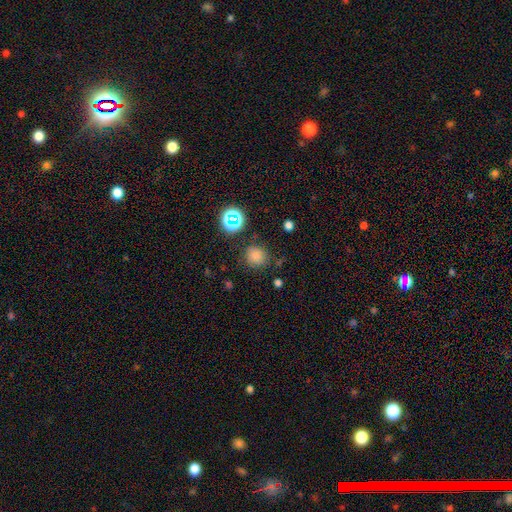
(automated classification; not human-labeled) Smooth or featured? Predicted: smooth (p=0.74). How rounded? Predicted: round (p=0.87). Merging? Predicted: none (p=0.79).